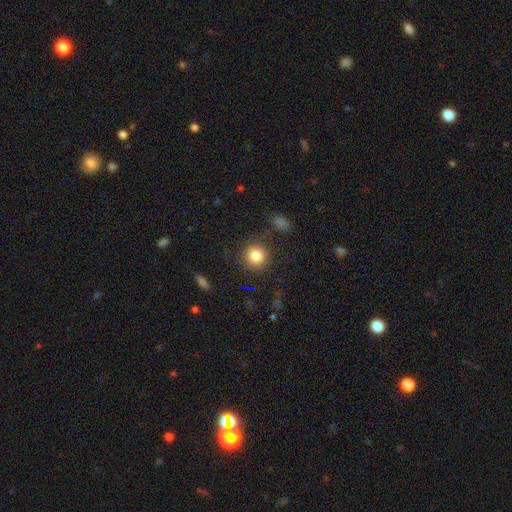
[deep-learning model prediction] Smooth or featured: smooth — 83% (star or artifact — 11%)
How rounded: round — 93% (in between — 6%)
Merging: none — 86% (minor disturbance — 8%)